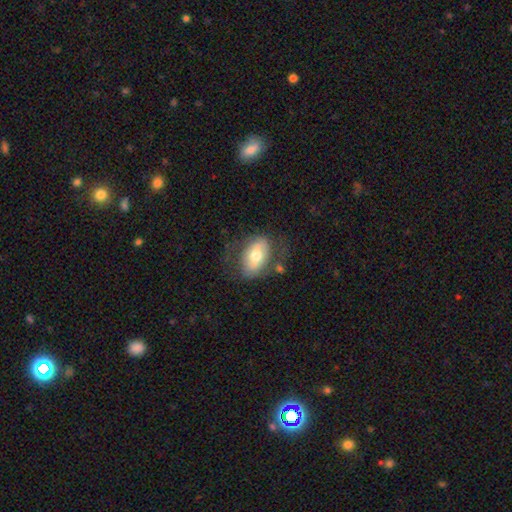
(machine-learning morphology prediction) Overall: smooth (55%; featured or disk 38%). How rounded: in between (87%). Merging: none (63%).